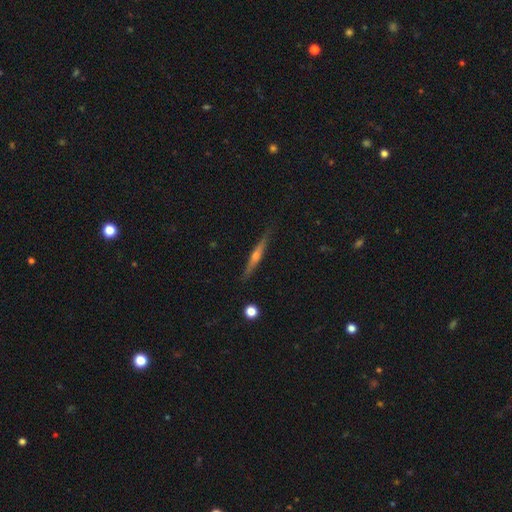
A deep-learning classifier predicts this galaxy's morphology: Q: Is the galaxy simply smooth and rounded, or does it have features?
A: featured or disk — 67%.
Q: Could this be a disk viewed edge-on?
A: yes — 98%.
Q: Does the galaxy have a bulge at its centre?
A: rounded — 75%.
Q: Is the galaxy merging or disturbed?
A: none — 89%.